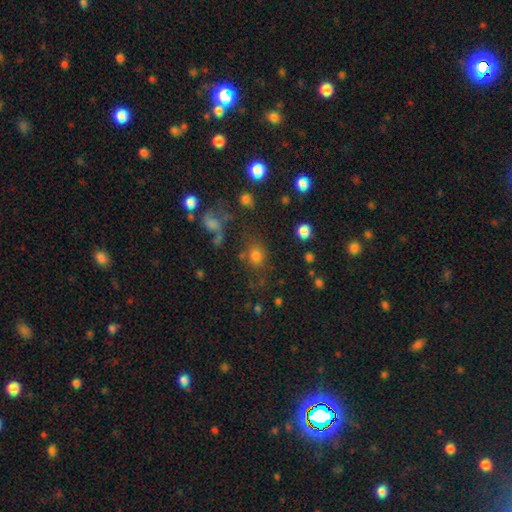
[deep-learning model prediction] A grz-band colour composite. It shows a smooth galaxy with no disk features (73%) that is round (67%). Merging: none (67%).